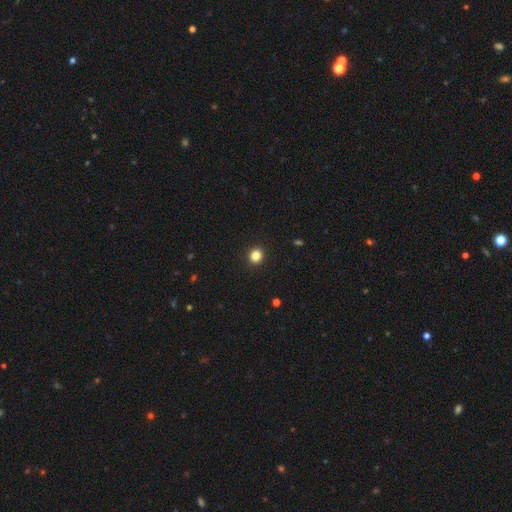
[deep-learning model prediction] smooth_or_featured: smooth (p=0.84) [alt: star or artifact p=0.12]
how_rounded: round (p=0.86) [alt: in between p=0.13]
merging: none (p=0.93) [alt: minor disturbance p=0.04]